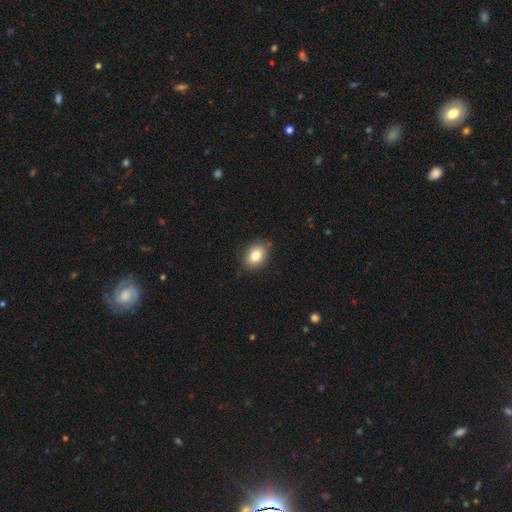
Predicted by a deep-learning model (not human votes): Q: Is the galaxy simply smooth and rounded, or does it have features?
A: smooth — 83%.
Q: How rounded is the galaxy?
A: in between — 63%.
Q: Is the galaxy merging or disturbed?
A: none — 84%.